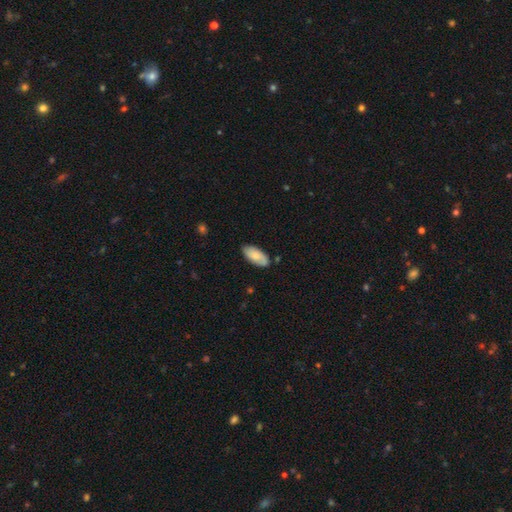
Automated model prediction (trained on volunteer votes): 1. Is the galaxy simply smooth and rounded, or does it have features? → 75% smooth, 19% featured or disk, 6% star or artifact.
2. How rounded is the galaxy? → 91% in between, 7% cigar-shaped, 2% round.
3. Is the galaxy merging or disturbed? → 81% none, 15% minor disturbance, 2% major disturbance, 2% merger.